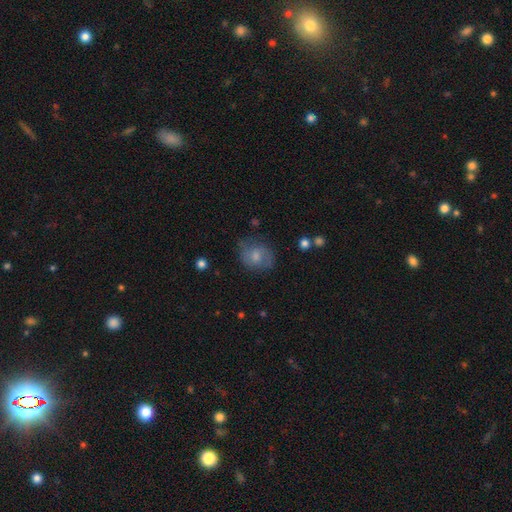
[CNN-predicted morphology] Q: Smooth or featured?
A: smooth (61%); runner-up: featured or disk (31%)
Q: How rounded?
A: round (50%); runner-up: in between (49%)
Q: Merging?
A: none (64%); runner-up: minor disturbance (24%)